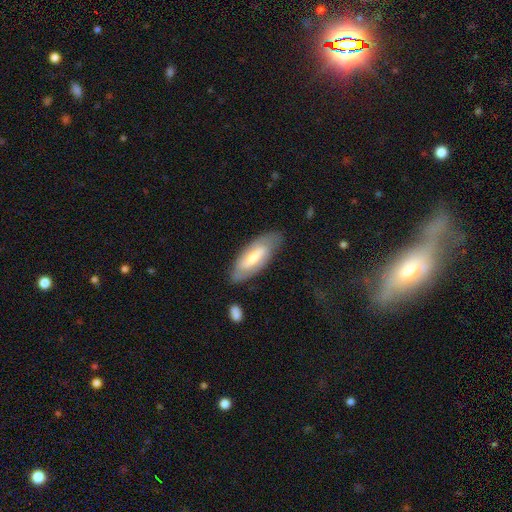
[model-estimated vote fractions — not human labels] smooth_or_featured: featured or disk (p=0.54) [alt: smooth p=0.39]
disk_edge_on: no (p=0.82) [alt: yes p=0.18]
merging: none (p=0.78) [alt: minor disturbance p=0.16]